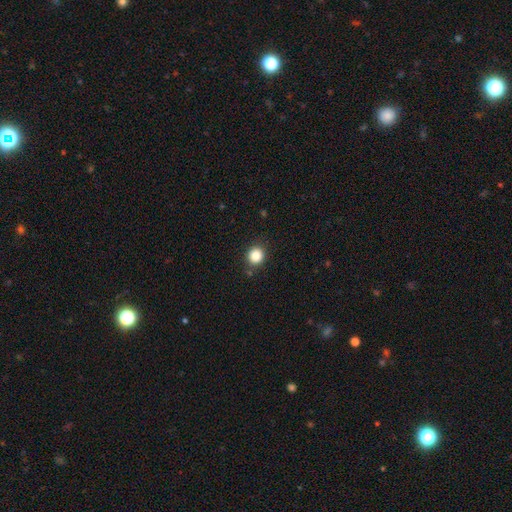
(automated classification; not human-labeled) smooth-or-featured: smooth: 85% | star or artifact: 11% | featured or disk: 4%
  how-rounded: round: 86% | in between: 13% | cigar-shaped: 1%
  merging: none: 86% | minor disturbance: 9% | major disturbance: 3% | merger: 2%